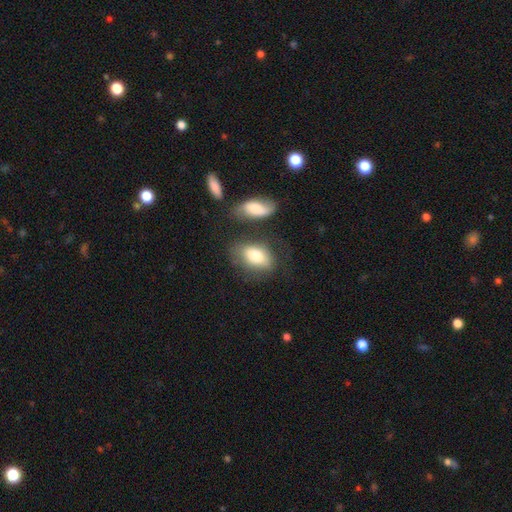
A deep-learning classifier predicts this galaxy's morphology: This appears to be a smooth galaxy with no disk features (76%) that is in between round and cigar-shaped (85%). Merging: none (61%).